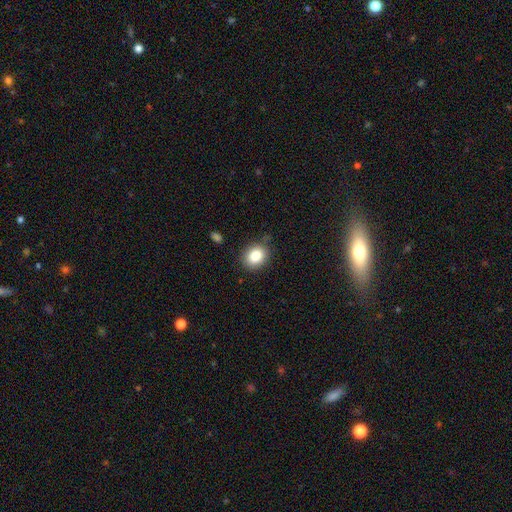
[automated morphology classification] type=smooth (85%); roundness=round (56%); merging=none (81%).